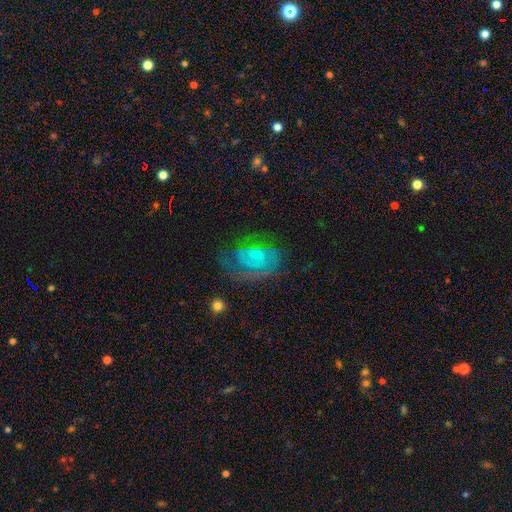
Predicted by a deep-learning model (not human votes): Smooth or featured?
  - featured or disk: 63% *
  - smooth: 26%
  - star or artifact: 11%
Edge-on disk?
  - no: 97% *
  - yes: 3%
Bar?
  - no: 69% *
  - weak: 25%
  - strong: 5%
Spiral arms?
  - yes: 75% *
  - no: 25%
Bulge size?
  - none: 43% *
  - small: 31%
  - moderate: 18%
  - large: 6%
  - dominant: 2%
Merging?
  - none: 49% *
  - major disturbance: 26%
  - minor disturbance: 22%
  - merger: 3%